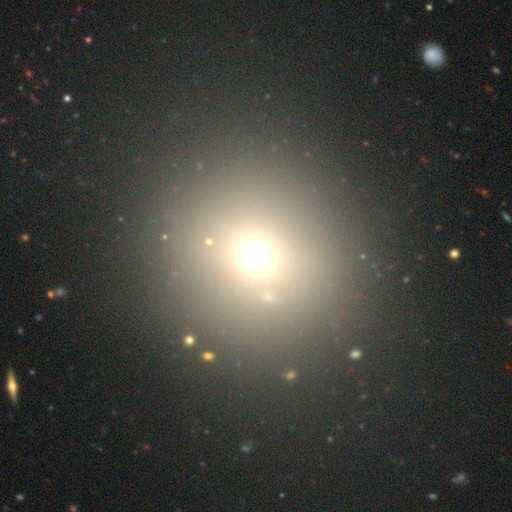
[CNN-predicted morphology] This appears to be a smooth galaxy with no disk features (63%) that is round (91%). Merging: none (85%).